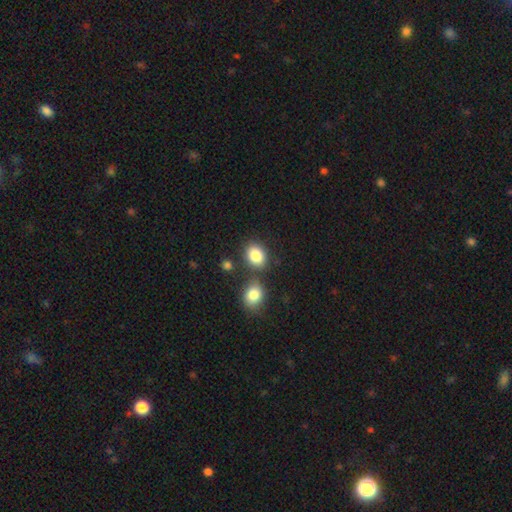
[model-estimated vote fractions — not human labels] Smooth or featured?
  - smooth: 85% *
  - star or artifact: 9%
  - featured or disk: 6%
How rounded?
  - in between: 60% *
  - round: 39%
  - cigar-shaped: 1%
Merging?
  - none: 67% *
  - merger: 18%
  - minor disturbance: 11%
  - major disturbance: 4%